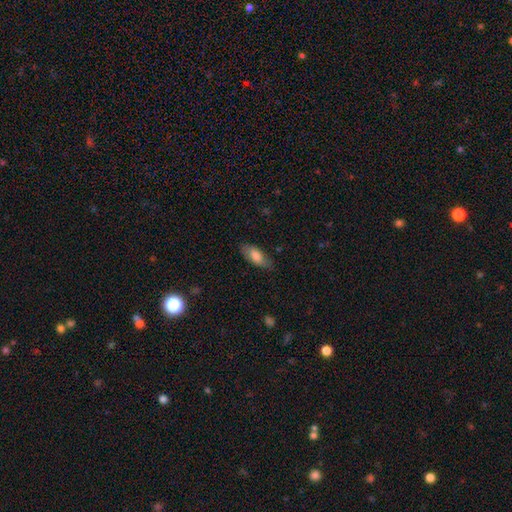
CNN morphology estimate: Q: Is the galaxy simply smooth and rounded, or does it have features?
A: smooth — 79%.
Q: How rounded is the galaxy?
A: in between — 79%.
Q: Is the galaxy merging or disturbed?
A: none — 79%.